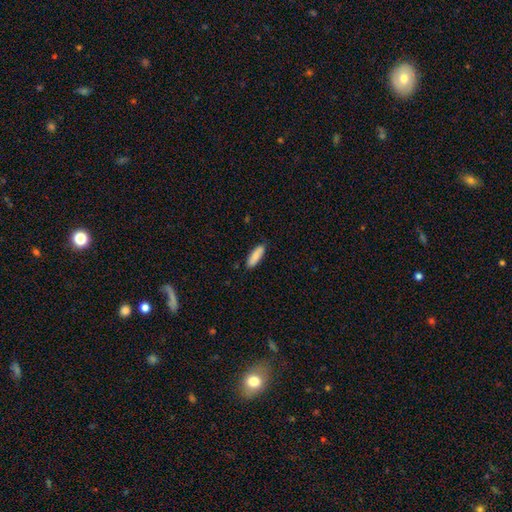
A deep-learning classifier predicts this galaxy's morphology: Overall: smooth (86%). How rounded: in between (54%; cigar-shaped 45%). Merging: none (85%).